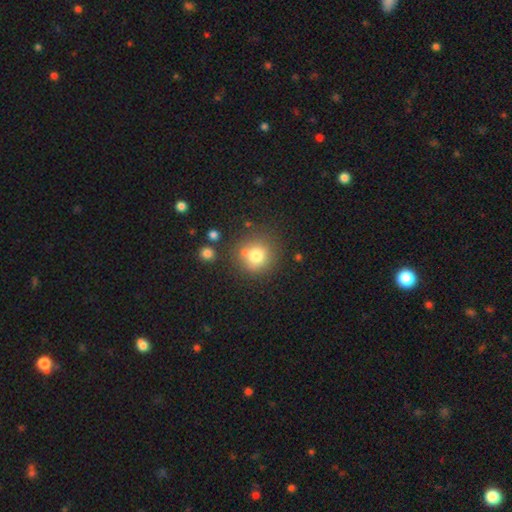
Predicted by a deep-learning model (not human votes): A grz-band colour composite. It shows a smooth galaxy with no disk features (77%) that is round (90%). Merging: none (72%).